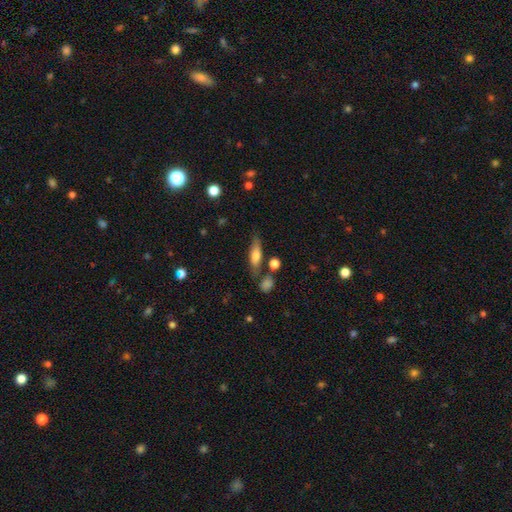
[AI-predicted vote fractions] A smooth galaxy with no disk features (66%) that is cigar-shaped (51%).

Vote fractions:
- Smooth or featured? smooth: 66% / featured or disk: 26% / star or artifact: 7%
- How rounded? cigar-shaped: 51% / in between: 46% / round: 4%
- Merging? none: 66% / minor disturbance: 18% / merger: 11% / major disturbance: 6%